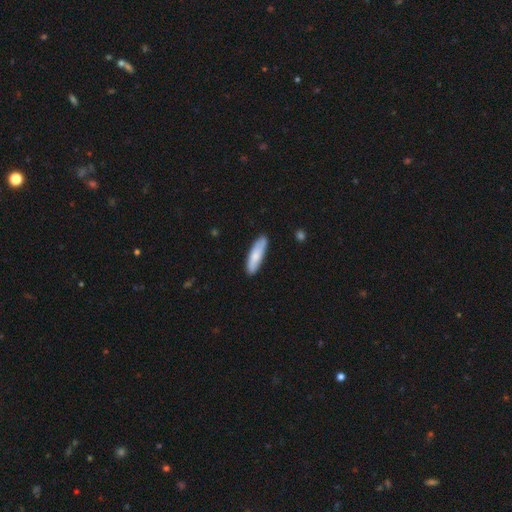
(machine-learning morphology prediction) smooth_or_featured: smooth (p=0.78) [alt: featured or disk p=0.17]
how_rounded: cigar-shaped (p=0.67) [alt: in between p=0.31]
merging: none (p=0.86) [alt: minor disturbance p=0.11]